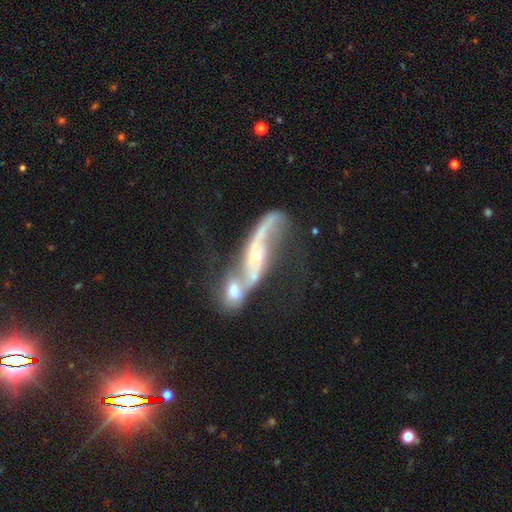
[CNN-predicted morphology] A featured or disk galaxy (82%) with no bar (50%), 2 (81%) loose (79%) spiral arms (86%) and a small central bulge (59%). Merging: merger (66%).